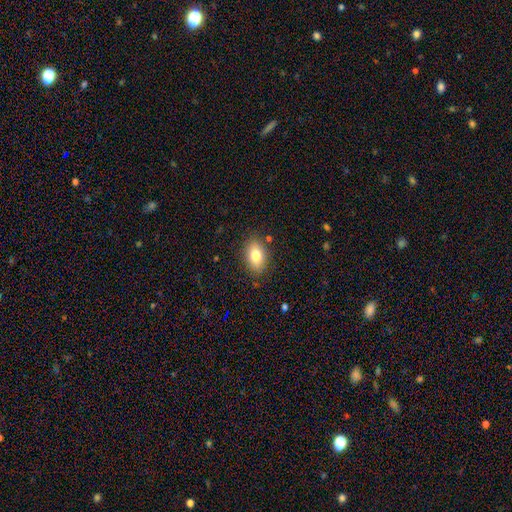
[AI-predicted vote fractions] Q: Smooth or featured?
A: smooth (80%); runner-up: featured or disk (11%)
Q: How rounded?
A: in between (87%); runner-up: round (11%)
Q: Merging?
A: none (84%); runner-up: minor disturbance (11%)